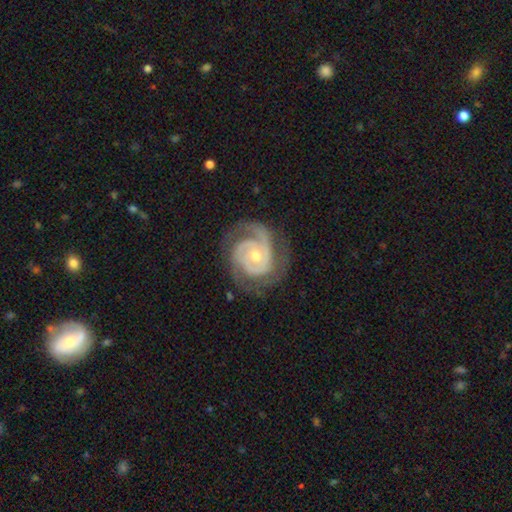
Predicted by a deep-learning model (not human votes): This is clearly a featured or disk galaxy (92%). It is clearly not viewed edge-on (98%). Bar: likely no (69%). Spiral arm pattern: clearly yes (98%). Spiral arm count: possibly 2 (52%). Spiral winding: likely tight (67%). Central bulge: possibly moderate (57%). Merging: likely none (73%).